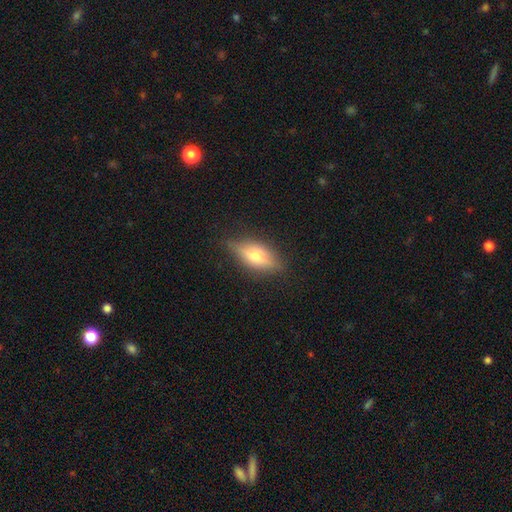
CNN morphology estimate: Smooth or featured? Predicted: featured or disk (p=0.46). Merging? Predicted: none (p=0.81).